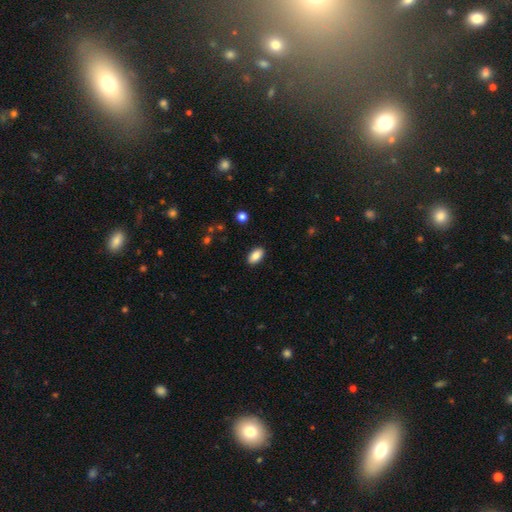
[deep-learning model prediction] Smooth or featured?
  - smooth: 87% *
  - star or artifact: 7%
  - featured or disk: 5%
How rounded?
  - in between: 93% *
  - round: 4%
  - cigar-shaped: 3%
Merging?
  - none: 89% *
  - minor disturbance: 8%
  - major disturbance: 2%
  - merger: 1%